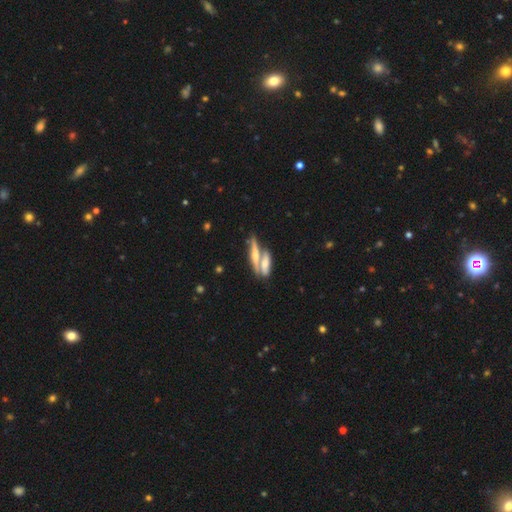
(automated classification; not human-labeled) This appears to be a featured or disk galaxy (54%) viewed edge-on (78%). Merging: merger (52%).